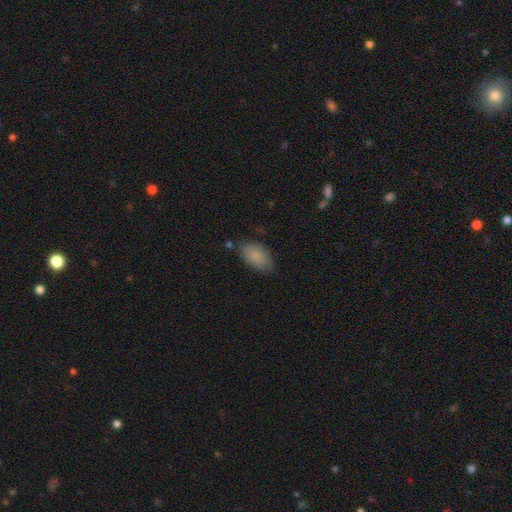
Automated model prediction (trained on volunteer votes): Smooth or featured?
  - smooth: 86% *
  - star or artifact: 7%
  - featured or disk: 7%
How rounded?
  - in between: 93% *
  - round: 4%
  - cigar-shaped: 3%
Merging?
  - none: 72% *
  - minor disturbance: 21%
  - major disturbance: 4%
  - merger: 3%